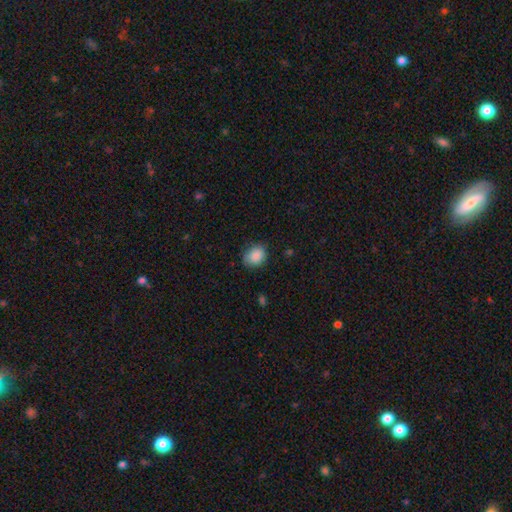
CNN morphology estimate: type=smooth (86%); roundness=round (51%); merging=none (71%).